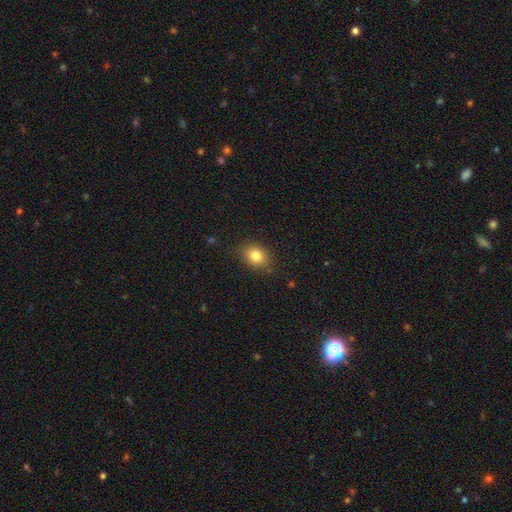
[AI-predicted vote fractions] Smooth or featured? Predicted: smooth (p=0.82). How rounded? Predicted: in between (p=0.53). Merging? Predicted: none (p=0.84).